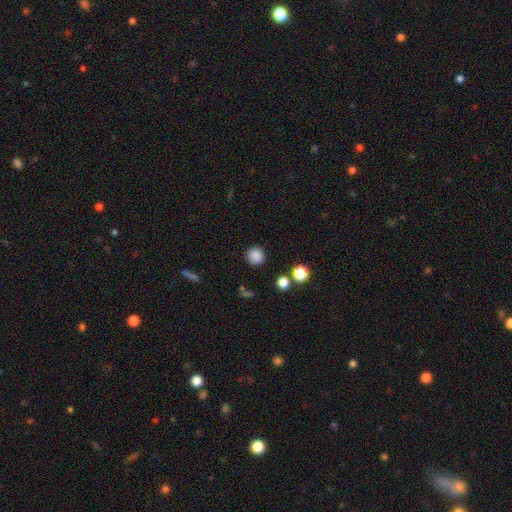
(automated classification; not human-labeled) smooth_or_featured: smooth (p=0.85) [alt: star or artifact p=0.11]
how_rounded: round (p=0.93) [alt: in between p=0.06]
merging: none (p=0.89) [alt: minor disturbance p=0.06]